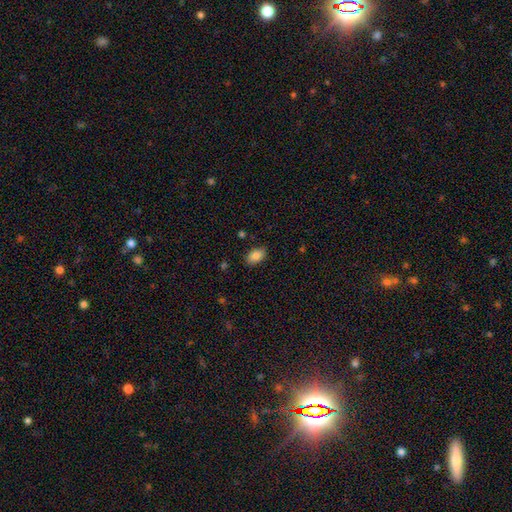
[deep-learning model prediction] This is clearly a smooth galaxy (86%). How rounded: clearly in between (91%). Merging: clearly none (85%).